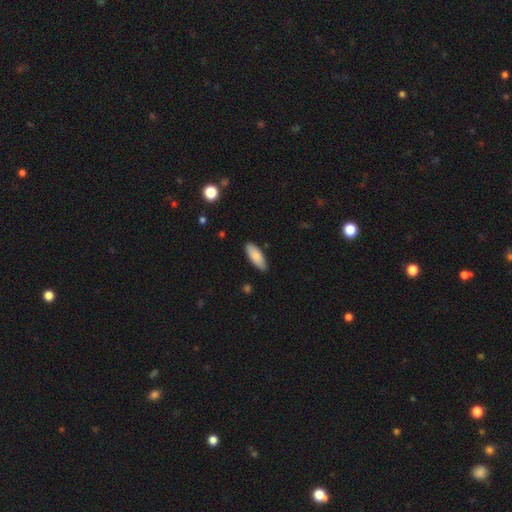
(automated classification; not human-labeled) smooth-or-featured: smooth: 85% | featured or disk: 9% | star or artifact: 6%
  how-rounded: in between: 76% | cigar-shaped: 23% | round: 2%
  merging: none: 84% | minor disturbance: 13% | major disturbance: 2% | merger: 1%